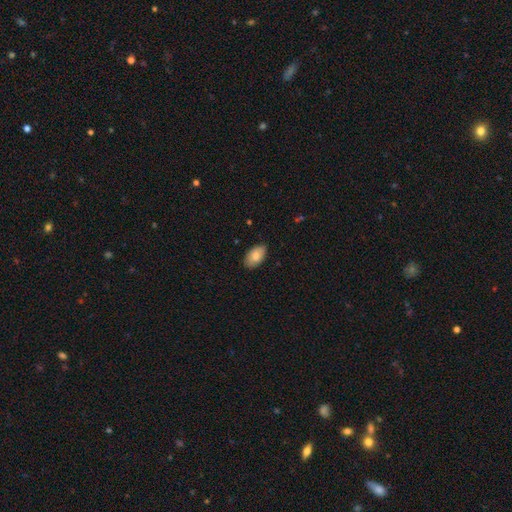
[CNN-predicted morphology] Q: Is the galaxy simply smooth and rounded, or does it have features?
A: smooth — 84%.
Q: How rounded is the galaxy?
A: in between — 95%.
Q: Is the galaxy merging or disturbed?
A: none — 84%.